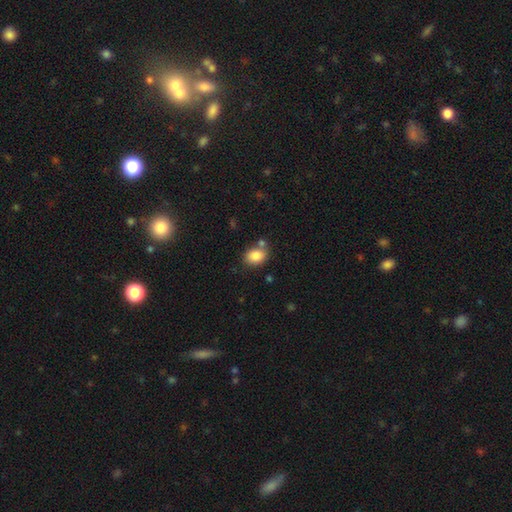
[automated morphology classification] The model was most divided on "how rounded": in between: 68%, round: 31%, cigar-shaped: 1%. More confident: smooth or featured — smooth (85%); merging — none (66%).